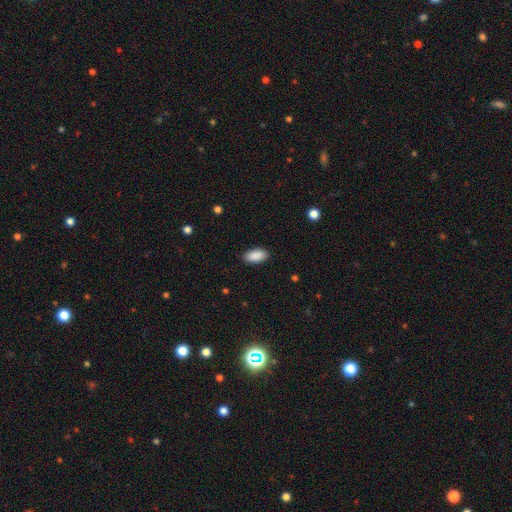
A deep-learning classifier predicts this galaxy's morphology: smooth-or-featured: smooth: 91% | star or artifact: 6% | featured or disk: 3%
  how-rounded: in between: 94% | cigar-shaped: 4% | round: 2%
  merging: none: 89% | minor disturbance: 8% | major disturbance: 2% | merger: 1%